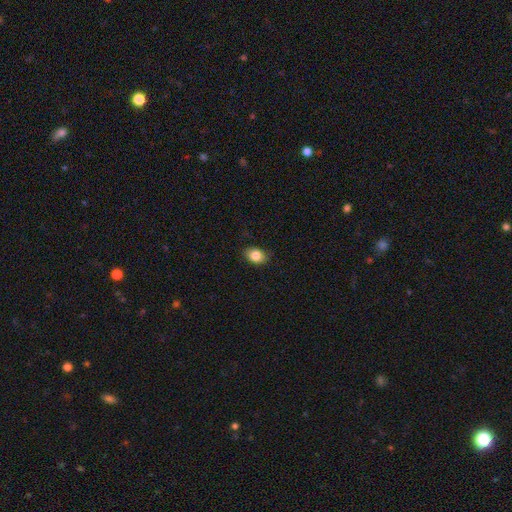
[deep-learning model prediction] Overall: smooth (84%). How rounded: in between (69%). Merging: none (85%).